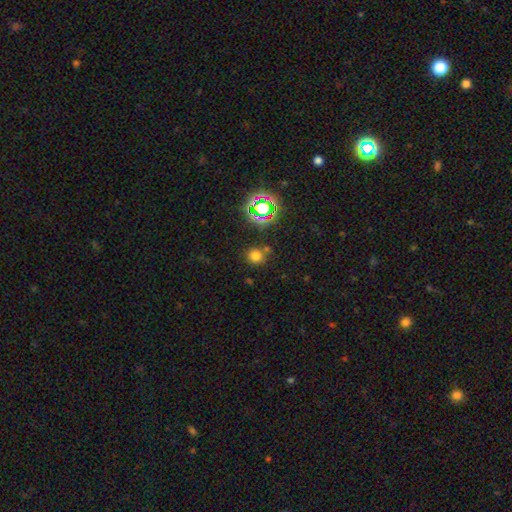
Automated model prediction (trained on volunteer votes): Q: Smooth or featured?
A: smooth (69%); runner-up: star or artifact (24%)
Q: How rounded?
A: round (87%); runner-up: in between (11%)
Q: Merging?
A: none (77%); runner-up: minor disturbance (10%)